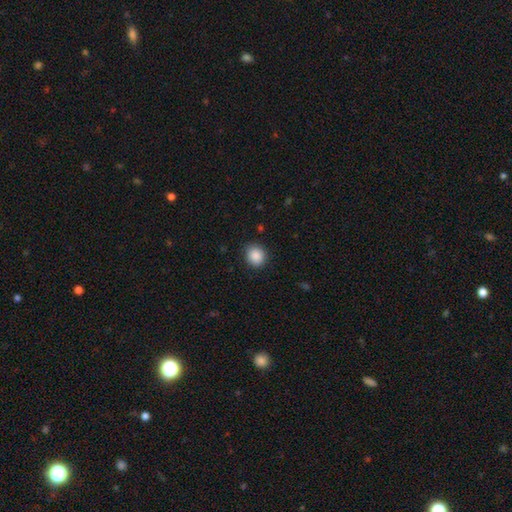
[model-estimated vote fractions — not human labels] Smooth or featured?
  - smooth: 89% *
  - star or artifact: 8%
  - featured or disk: 3%
How rounded?
  - round: 74% *
  - in between: 25%
  - cigar-shaped: 1%
Merging?
  - none: 88% *
  - minor disturbance: 8%
  - major disturbance: 2%
  - merger: 1%